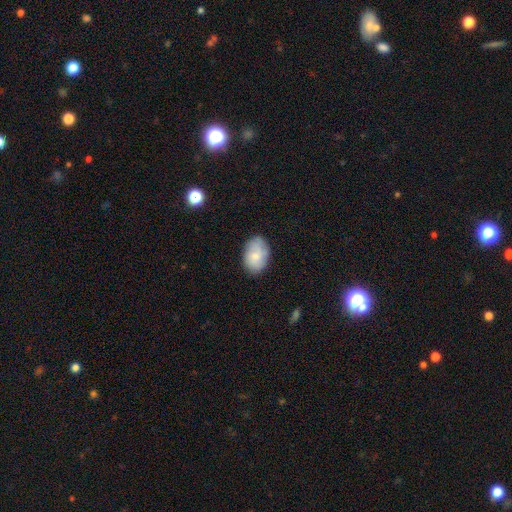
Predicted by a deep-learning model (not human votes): Morphology: type=smooth (80%); roundness=in between (86%); merging=none (78%).